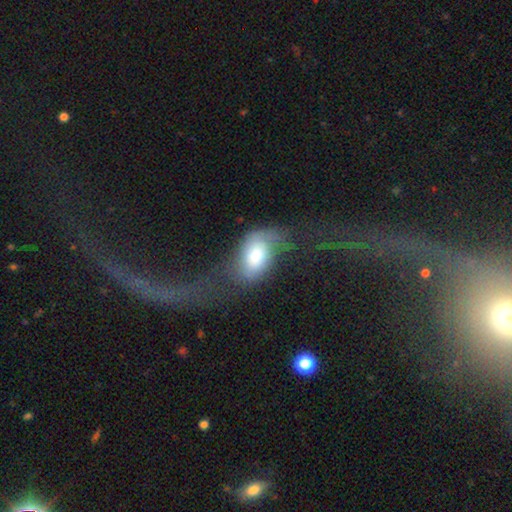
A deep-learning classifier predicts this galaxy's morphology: This is likely a smooth galaxy (66%). How rounded: clearly in between (87%). Merging: marginally major disturbance (40%).